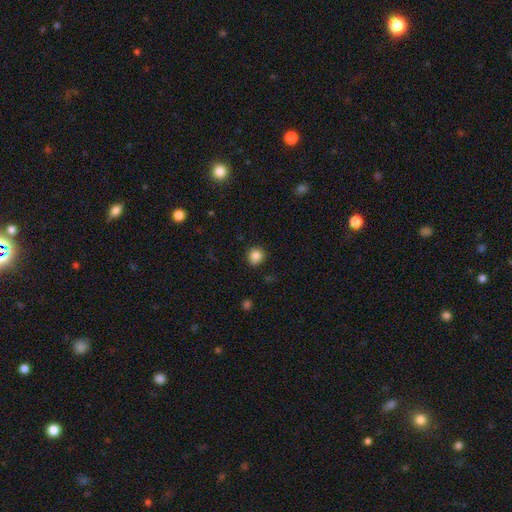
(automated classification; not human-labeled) Morphology: type=smooth (84%); roundness=round (89%); merging=none (86%).